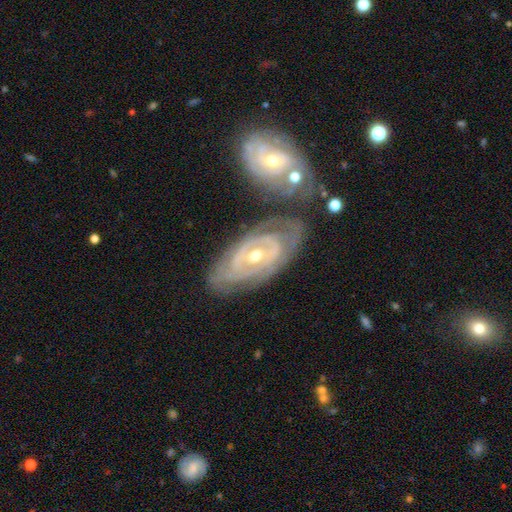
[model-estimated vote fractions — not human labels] Smooth or featured? featured or disk (85%)
Edge-on disk? no (93%)
Bar? no (61%)
Spiral arms? yes (78%)
Spiral winding? tight (73%)
Spiral arm count? can't tell (45%)
Bulge size? moderate (62%)
Merging? none (58%)